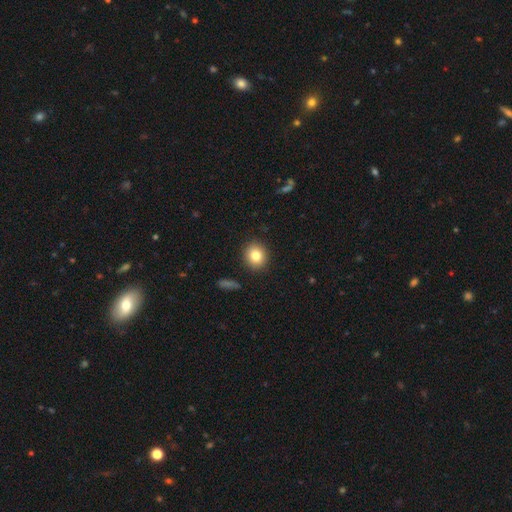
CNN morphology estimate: Smooth or featured?
  - smooth: 82% *
  - star or artifact: 10%
  - featured or disk: 8%
How rounded?
  - round: 77% *
  - in between: 22%
  - cigar-shaped: 1%
Merging?
  - none: 90% *
  - minor disturbance: 7%
  - major disturbance: 2%
  - merger: 1%